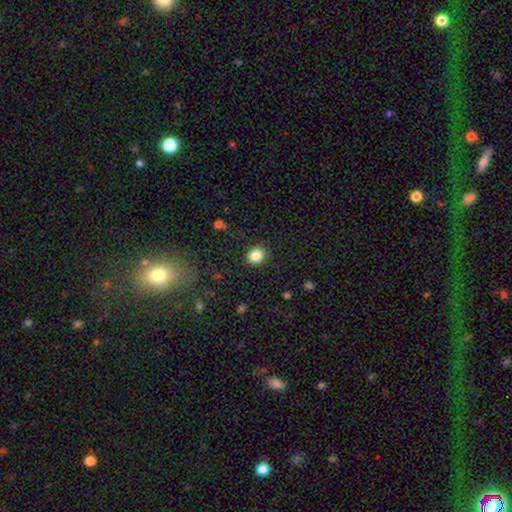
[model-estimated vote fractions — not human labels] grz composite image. It shows a smooth galaxy with no disk features (85%) that is round (73%). Merging: none (88%).